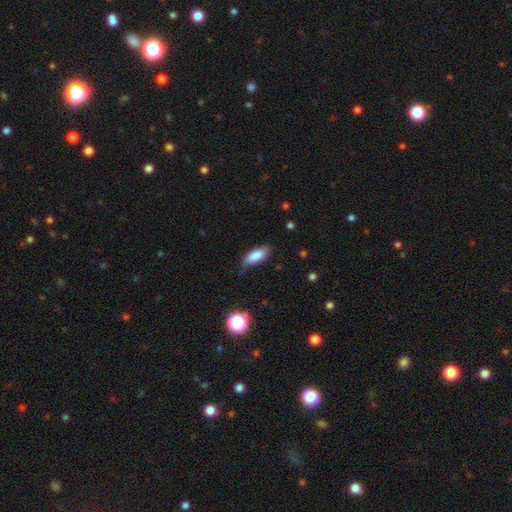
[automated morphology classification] This is clearly a smooth galaxy (83%). How rounded: clearly in between (83%). Merging: likely none (66%).